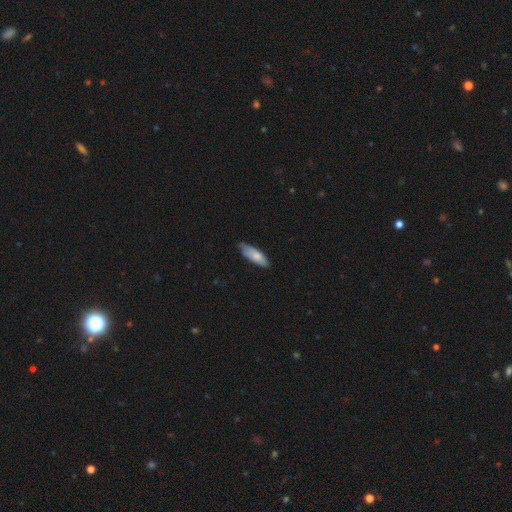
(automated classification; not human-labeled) A smooth galaxy with no disk features (74%) that is in between round and cigar-shaped (57%). Merging: none (71%).